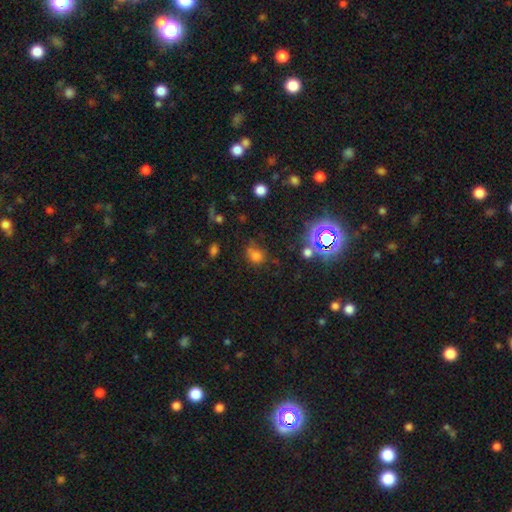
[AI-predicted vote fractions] Smooth or featured? smooth (66%)
How rounded? round (64%)
Merging? none (61%)